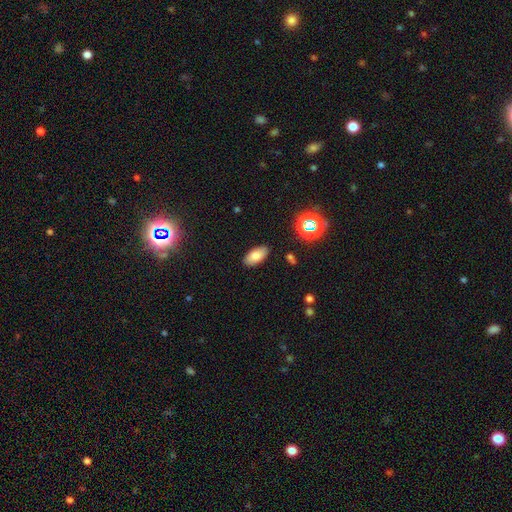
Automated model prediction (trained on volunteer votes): smooth-or-featured: smooth: 78% | featured or disk: 12% | star or artifact: 11%
  how-rounded: in between: 92% | cigar-shaped: 5% | round: 3%
  merging: none: 87% | minor disturbance: 9% | major disturbance: 2% | merger: 2%